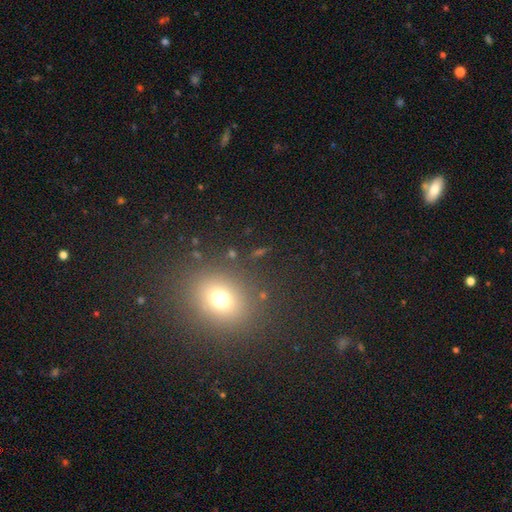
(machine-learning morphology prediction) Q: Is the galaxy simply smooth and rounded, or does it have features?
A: smooth — 65%.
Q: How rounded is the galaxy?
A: round — 55%.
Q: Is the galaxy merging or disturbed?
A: none — 88%.